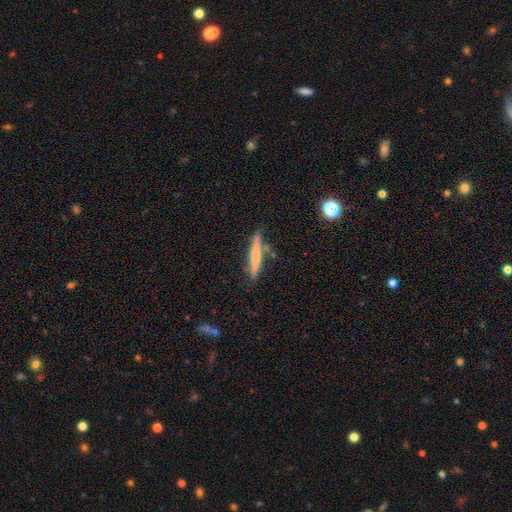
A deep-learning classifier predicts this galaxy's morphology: smooth_or_featured: smooth (p=0.60) [alt: featured or disk p=0.33]
how_rounded: cigar-shaped (p=0.92) [alt: in between p=0.07]
merging: none (p=0.75) [alt: minor disturbance p=0.16]